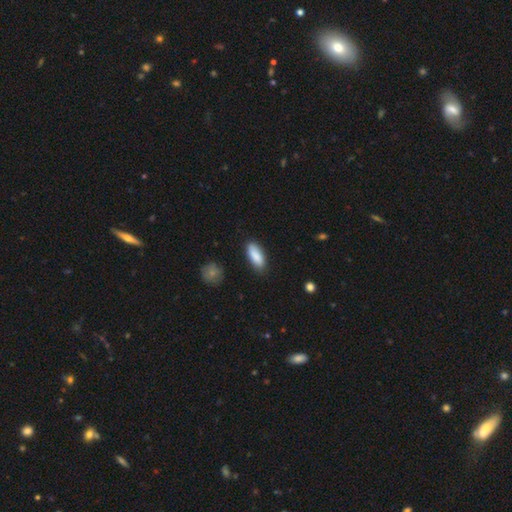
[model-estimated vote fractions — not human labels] smooth 88%, featured or disk 7%, star or artifact 6%. Down the decision tree: how rounded — in between (78%); merging — none (83%).